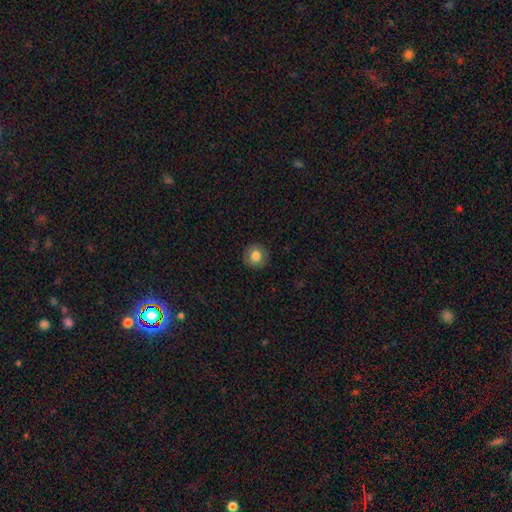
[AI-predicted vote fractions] This appears to be a smooth galaxy with no disk features (80%) that is round (91%). Merging: none (89%).